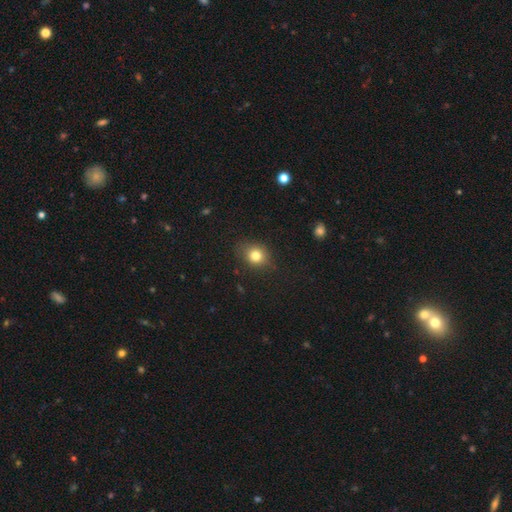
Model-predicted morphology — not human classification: This appears to be a smooth galaxy with no disk features (80%) that is round (61%). Merging: none (79%).